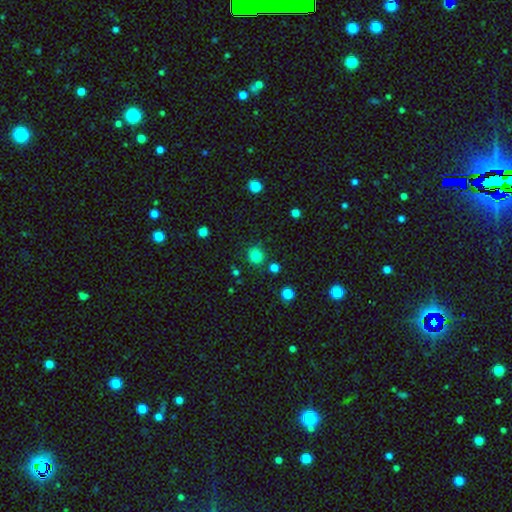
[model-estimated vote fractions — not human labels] smooth_or_featured: smooth (p=0.81) [alt: star or artifact p=0.14]
how_rounded: round (p=0.89) [alt: in between p=0.10]
merging: none (p=0.84) [alt: minor disturbance p=0.09]